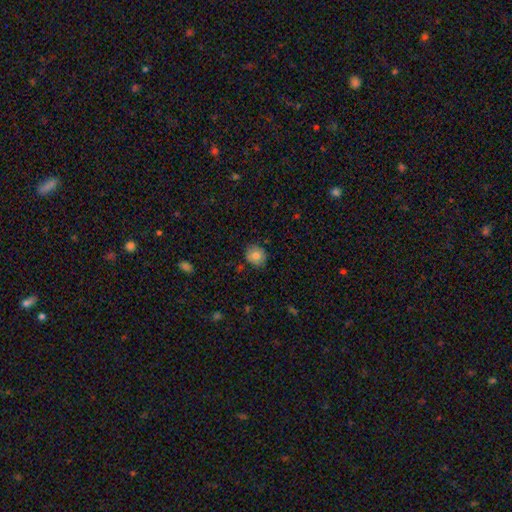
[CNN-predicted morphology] smooth_or_featured: smooth (p=0.79) [alt: featured or disk p=0.11]
how_rounded: round (p=0.75) [alt: in between p=0.24]
merging: none (p=0.82) [alt: minor disturbance p=0.14]